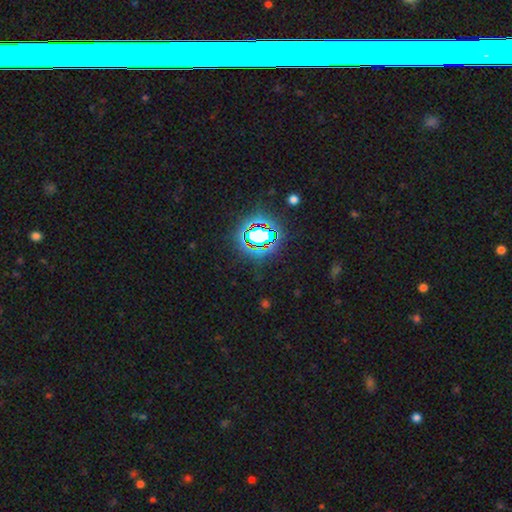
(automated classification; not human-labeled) A star or artifact, not a galaxy (67%).

Vote fractions:
- Smooth or featured? star or artifact: 67% / smooth: 18% / featured or disk: 15%